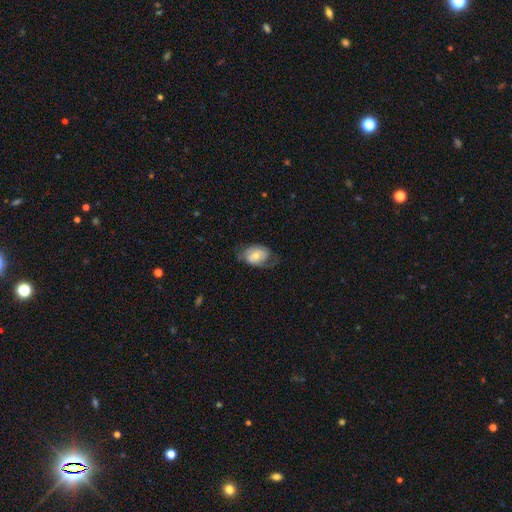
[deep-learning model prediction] Smooth or featured?
  - smooth: 52% *
  - featured or disk: 41%
  - star or artifact: 7%
How rounded?
  - in between: 80% *
  - round: 19%
  - cigar-shaped: 1%
Merging?
  - none: 50% *
  - minor disturbance: 28%
  - major disturbance: 21%
  - merger: 2%